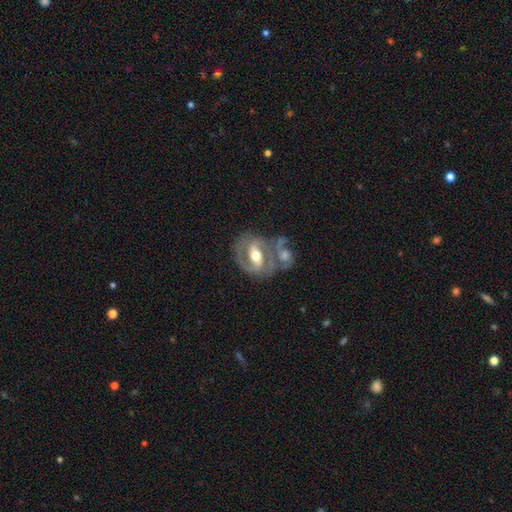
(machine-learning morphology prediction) featured or disk 82%, smooth 13%, star or artifact 5%. Down the decision tree: edge-on disk — no (96%); bar — strong (51%); spiral arms — yes (82%); spiral arm count — 2 (81%); spiral winding — medium (44%); bulge size — moderate (75%); merging — none (48%).